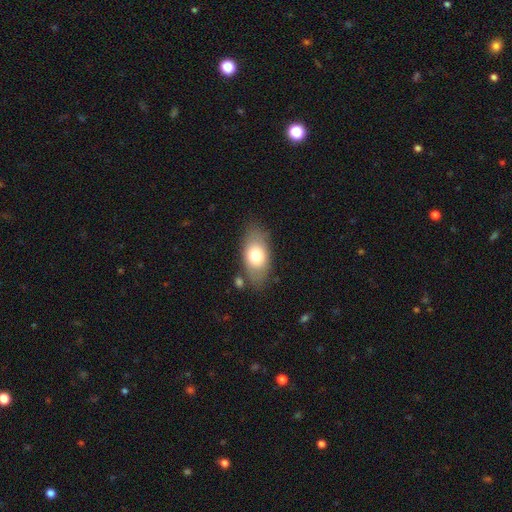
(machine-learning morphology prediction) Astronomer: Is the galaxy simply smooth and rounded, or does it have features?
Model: smooth — 71%.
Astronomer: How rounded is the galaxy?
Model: in between — 89%.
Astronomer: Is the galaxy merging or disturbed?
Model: none — 77%.